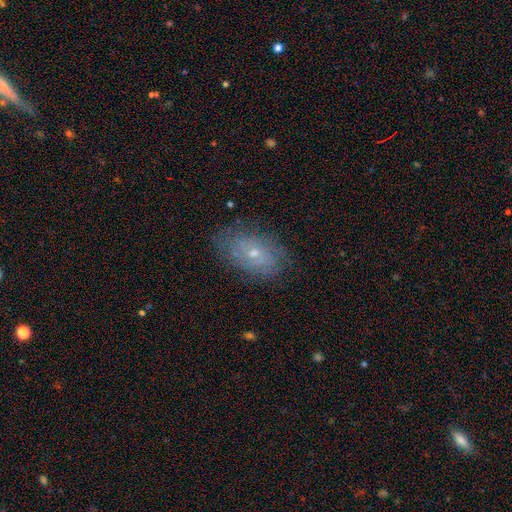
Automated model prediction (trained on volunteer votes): smooth-or-featured: featured or disk: 42% | smooth: 41% | star or artifact: 17%
  merging: none: 80% | minor disturbance: 14% | major disturbance: 4% | merger: 1%